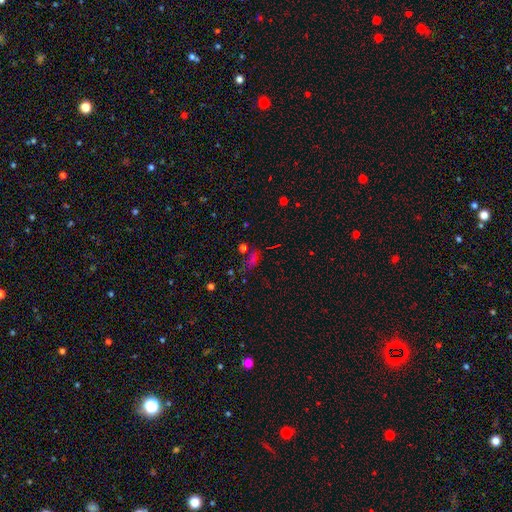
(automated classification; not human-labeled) Morphology: type=star or artifact (48%).